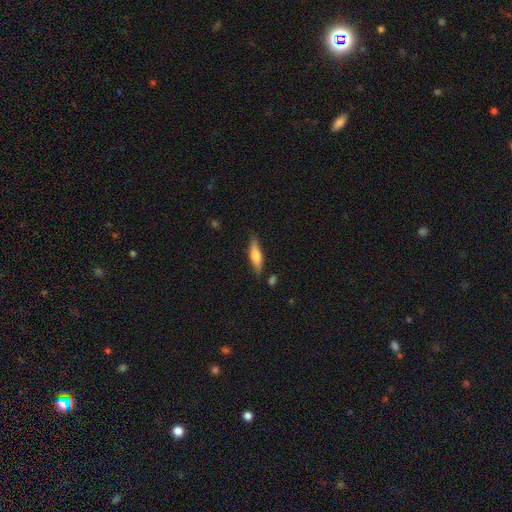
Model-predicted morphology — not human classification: A smooth galaxy with no disk features (58%) that is cigar-shaped (68%). Merging: none (81%).